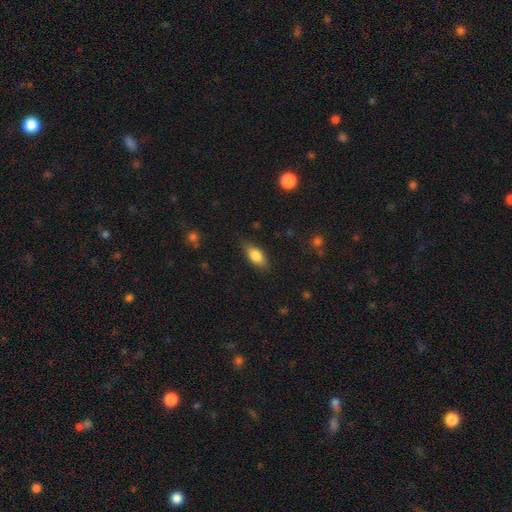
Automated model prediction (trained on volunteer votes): This is likely a smooth galaxy (79%). How rounded: clearly in between (84%). Merging: likely none (77%).